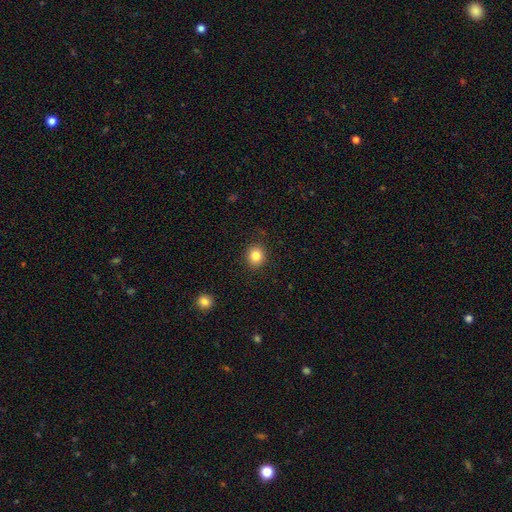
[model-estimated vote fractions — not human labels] Smooth or featured? Predicted: smooth (p=0.83). How rounded? Predicted: round (p=0.78). Merging? Predicted: none (p=0.89).